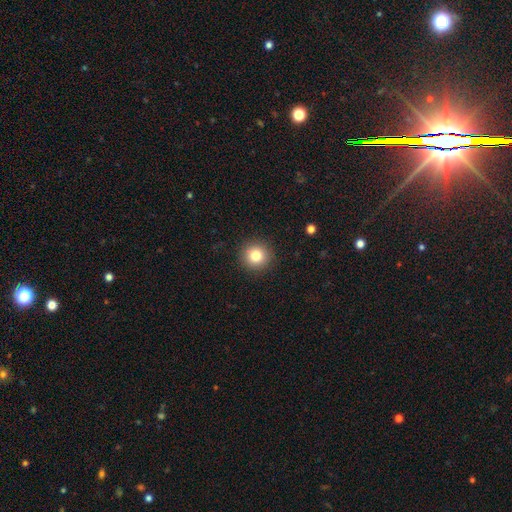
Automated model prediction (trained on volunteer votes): This appears to be a smooth galaxy with no disk features (81%) that is round (94%). Merging: none (91%).